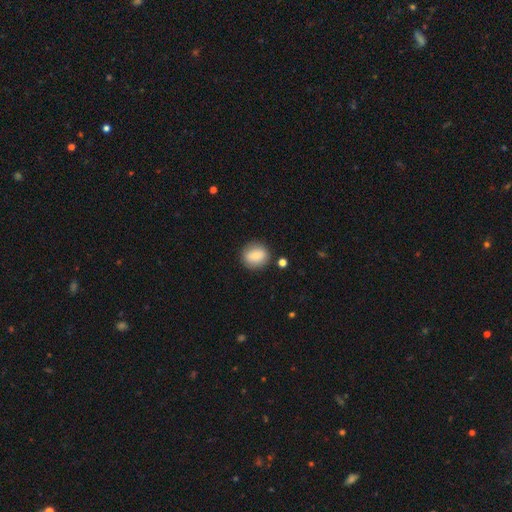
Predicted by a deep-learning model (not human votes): smooth 82%, featured or disk 10%, star or artifact 8%. Down the decision tree: how rounded — round (74%); merging — none (83%).